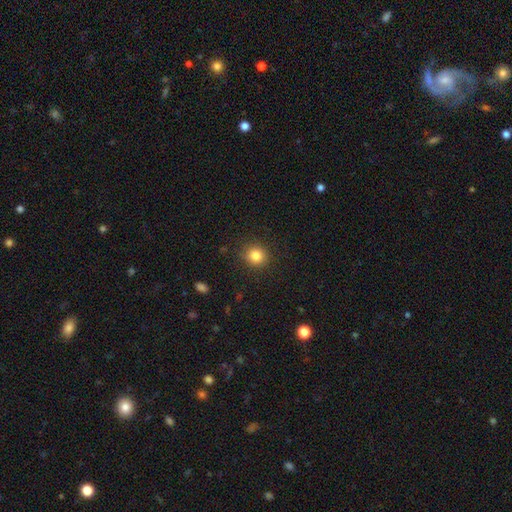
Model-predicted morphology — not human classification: A smooth galaxy with no disk features (84%) that is round (89%).

Vote fractions:
- Smooth or featured? smooth: 84% / star or artifact: 11% / featured or disk: 5%
- How rounded? round: 89% / in between: 10% / cigar-shaped: 1%
- Merging? none: 88% / minor disturbance: 8% / major disturbance: 3% / merger: 1%